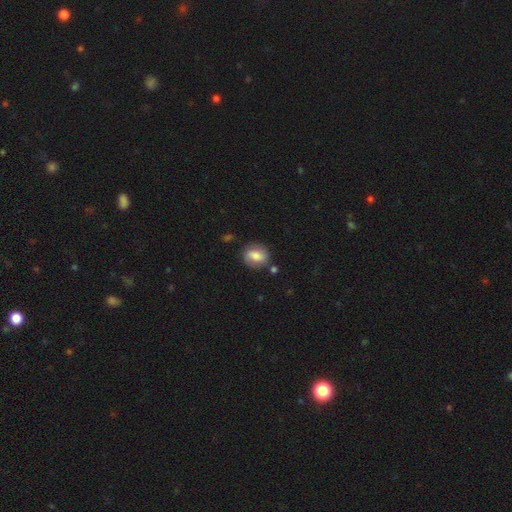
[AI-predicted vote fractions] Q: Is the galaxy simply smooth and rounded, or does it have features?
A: smooth — 64%.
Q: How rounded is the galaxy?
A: round — 52%.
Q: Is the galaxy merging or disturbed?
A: none — 76%.